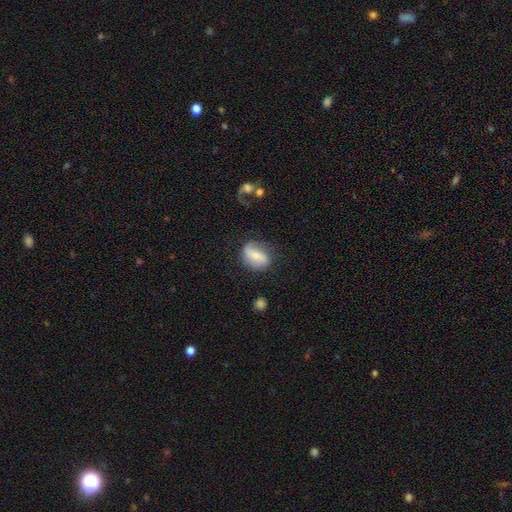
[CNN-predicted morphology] Q: Smooth or featured?
A: featured or disk (48%); runner-up: smooth (45%)
Q: Merging?
A: none (64%); runner-up: minor disturbance (24%)